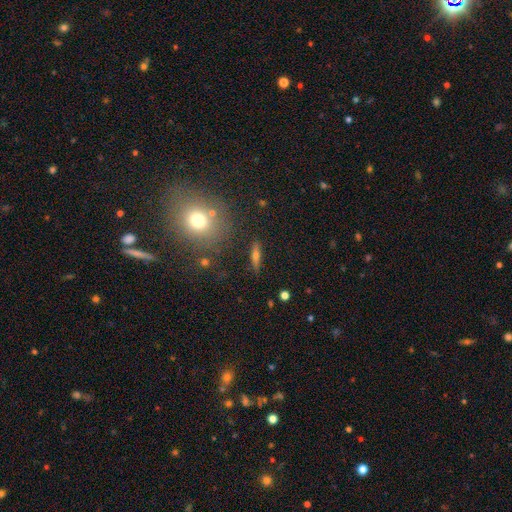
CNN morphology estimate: Overall: smooth (51%; featured or disk 36%). How rounded: cigar-shaped (64%; in between 27%). Merging: none (87%).